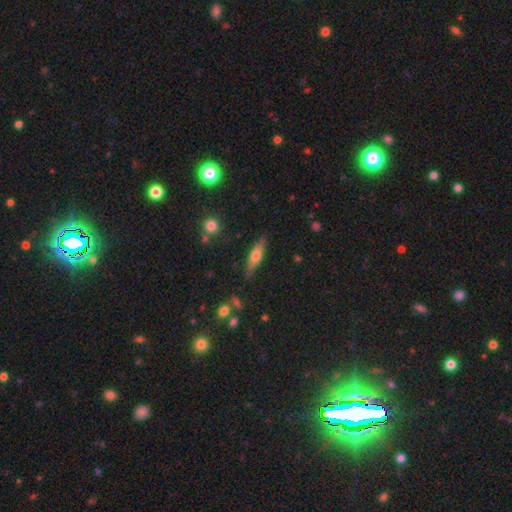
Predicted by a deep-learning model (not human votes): smooth_or_featured: smooth (p=0.56) [alt: featured or disk p=0.38]
how_rounded: cigar-shaped (p=0.65) [alt: in between p=0.33]
merging: none (p=0.83) [alt: minor disturbance p=0.12]